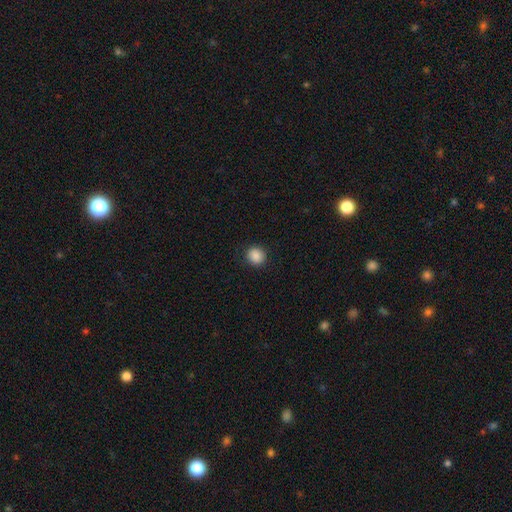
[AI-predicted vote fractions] A smooth galaxy with no disk features (88%) that is round (81%). Merging: none (89%).